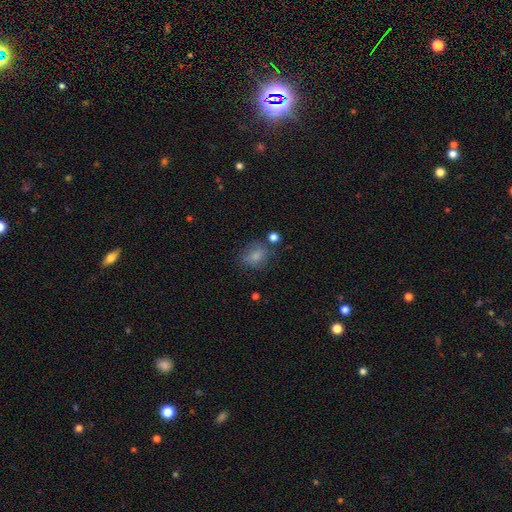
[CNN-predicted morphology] Overall: smooth (76%). How rounded: in between (52%; round 47%). Merging: none (60%; minor disturbance 23%).